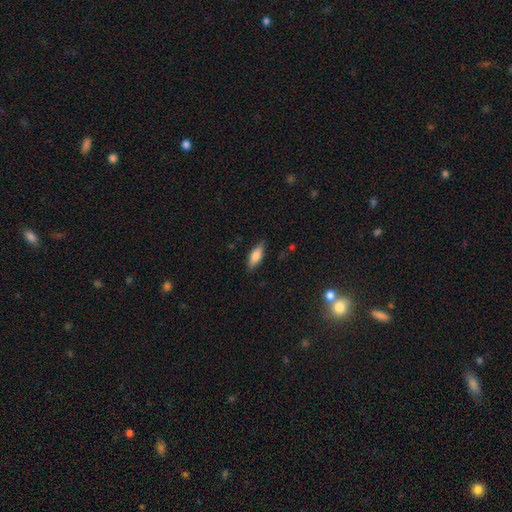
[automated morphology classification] This is likely a smooth galaxy (75%). How rounded: likely in between (68%). Merging: clearly none (82%).